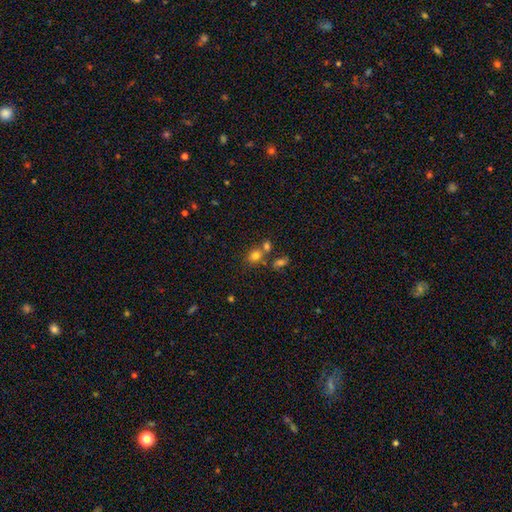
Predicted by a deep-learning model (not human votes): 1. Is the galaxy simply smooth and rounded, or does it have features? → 75% smooth, 14% star or artifact, 11% featured or disk.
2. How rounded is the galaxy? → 54% round, 45% in between, 1% cigar-shaped.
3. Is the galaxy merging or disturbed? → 53% none, 31% merger, 12% minor disturbance, 5% major disturbance.